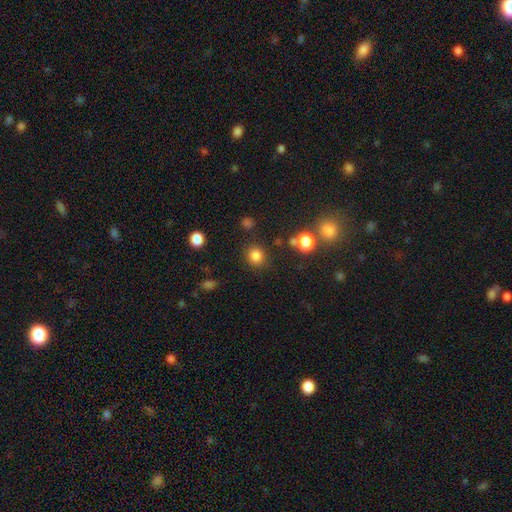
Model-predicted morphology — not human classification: A smooth galaxy with no disk features (81%) that is round (86%). Merging: none (86%).